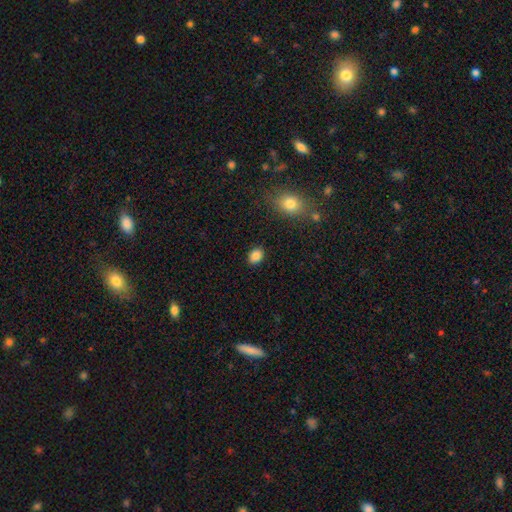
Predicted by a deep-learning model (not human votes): The model was most divided on "how rounded": in between: 57%, round: 41%, cigar-shaped: 1%. More confident: merging — none (88%); smooth or featured — smooth (86%).